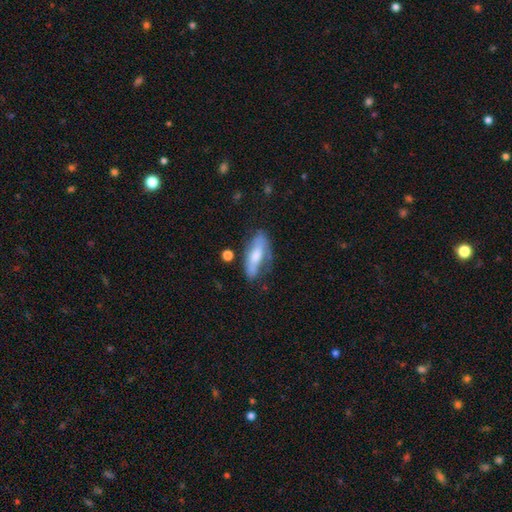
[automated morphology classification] This appears to be a smooth galaxy with no disk features (56%) that is in between round and cigar-shaped (63%). Merging: none (55%).